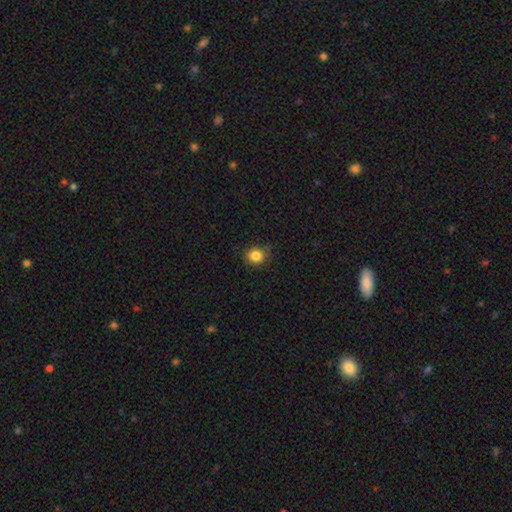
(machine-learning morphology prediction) smooth-or-featured: smooth: 84% | star or artifact: 11% | featured or disk: 5%
  how-rounded: round: 85% | in between: 14% | cigar-shaped: 1%
  merging: none: 80% | minor disturbance: 16% | major disturbance: 3% | merger: 1%